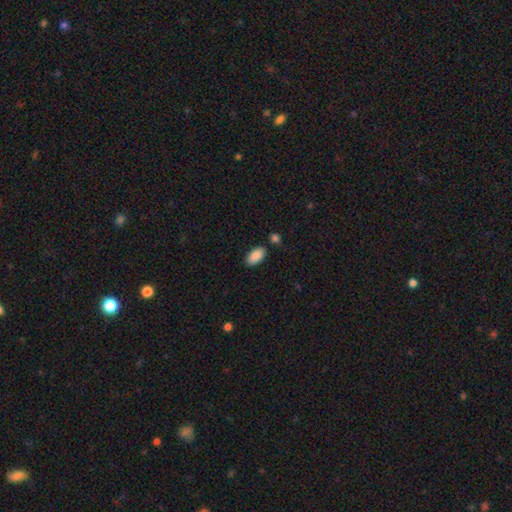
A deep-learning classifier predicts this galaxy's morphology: smooth 89%, star or artifact 7%, featured or disk 4%. Down the decision tree: how rounded — in between (94%); merging — none (79%).